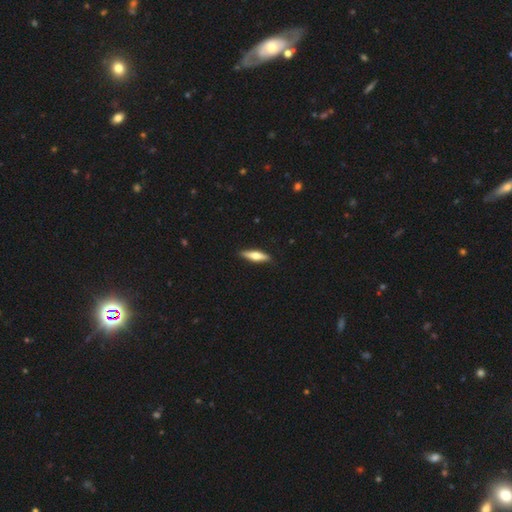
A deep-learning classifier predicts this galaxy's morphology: type=smooth (49%); merging=none (89%).